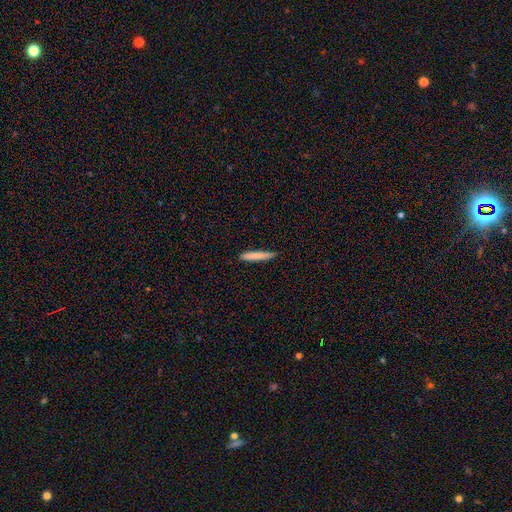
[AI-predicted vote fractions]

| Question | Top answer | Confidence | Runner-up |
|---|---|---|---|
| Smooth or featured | smooth | 81% | featured or disk (13%) |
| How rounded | cigar-shaped | 93% | in between (6%) |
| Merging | none | 82% | minor disturbance (14%) |